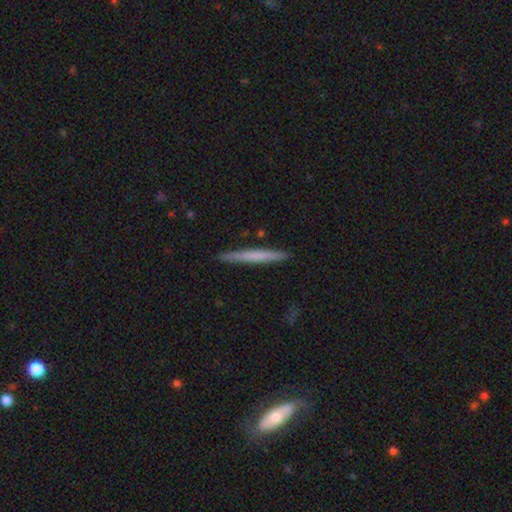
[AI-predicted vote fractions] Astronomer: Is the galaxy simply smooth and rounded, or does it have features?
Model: smooth — 60%.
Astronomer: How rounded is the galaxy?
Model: cigar-shaped — 97%.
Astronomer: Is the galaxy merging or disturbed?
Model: none — 91%.